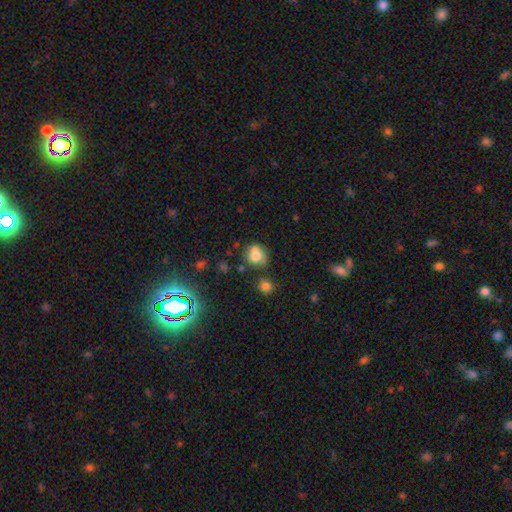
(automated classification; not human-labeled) Smooth or featured? Predicted: smooth (p=0.75). How rounded? Predicted: round (p=0.69). Merging? Predicted: none (p=0.61).